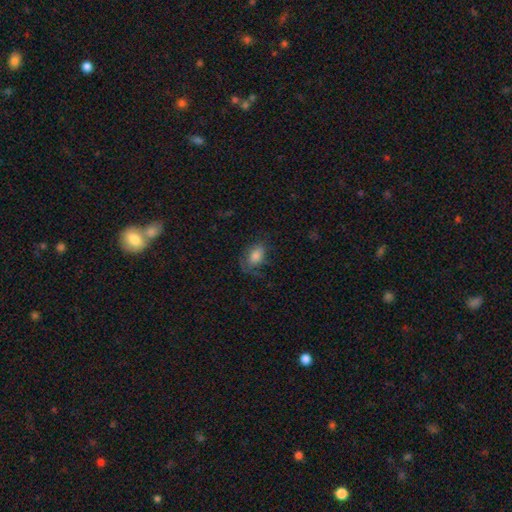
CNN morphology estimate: Smooth or featured? smooth (71%)
How rounded? in between (83%)
Merging? none (57%)